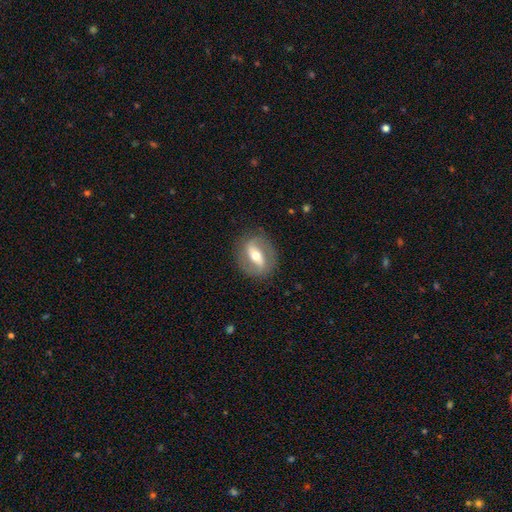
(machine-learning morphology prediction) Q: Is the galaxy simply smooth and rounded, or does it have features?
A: featured or disk — 70%.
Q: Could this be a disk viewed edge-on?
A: no — 88%.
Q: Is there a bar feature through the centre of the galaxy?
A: strong — 55%.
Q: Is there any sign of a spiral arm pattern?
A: yes — 69%.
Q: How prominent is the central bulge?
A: moderate — 69%.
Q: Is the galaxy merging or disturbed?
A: none — 82%.